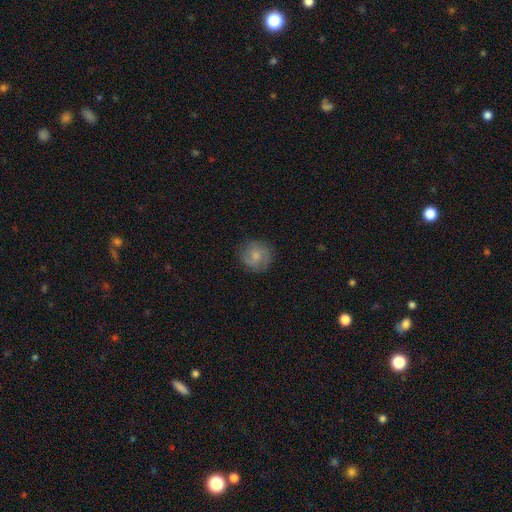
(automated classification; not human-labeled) The model was most divided on "smooth or featured": smooth: 65%, featured or disk: 27%, star or artifact: 8%. More confident: how rounded — round (90%); merging — none (81%).